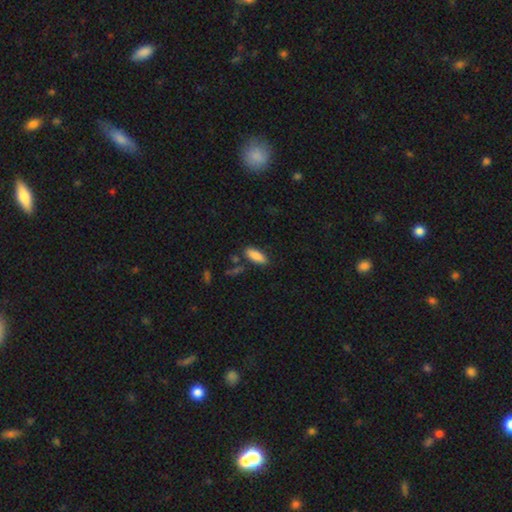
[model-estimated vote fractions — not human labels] This is clearly a smooth galaxy (87%). How rounded: likely in between (74%). Merging: likely none (80%).